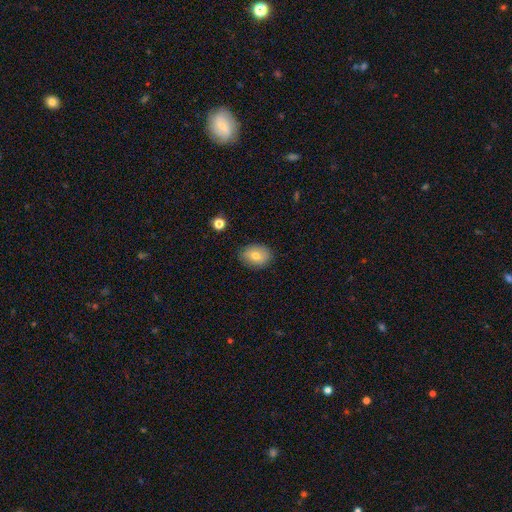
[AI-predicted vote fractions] A smooth galaxy with no disk features (76%) that is in between round and cigar-shaped (62%). Merging: none (83%).